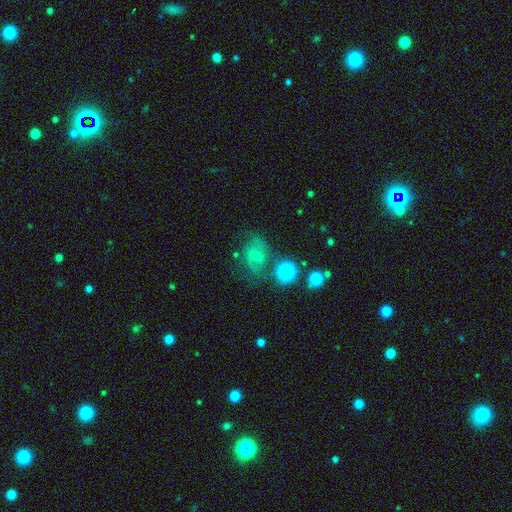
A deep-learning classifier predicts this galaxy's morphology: Smooth or featured?
  - featured or disk: 48% *
  - smooth: 32%
  - star or artifact: 21%
Merging?
  - none: 60% *
  - minor disturbance: 19%
  - major disturbance: 13%
  - merger: 8%